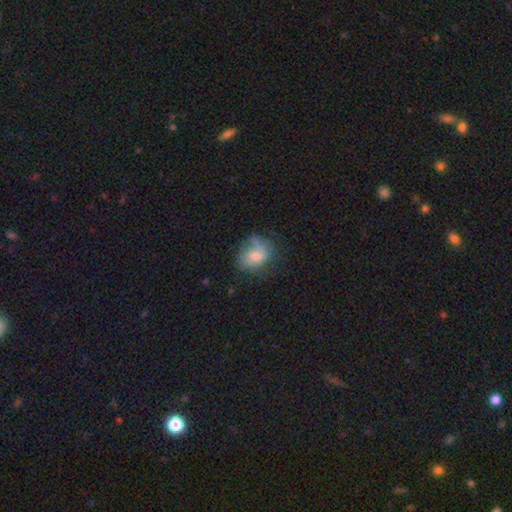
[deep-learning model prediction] A smooth galaxy with no disk features (65%) that is in between round and cigar-shaped (57%). Merging: none (41%).